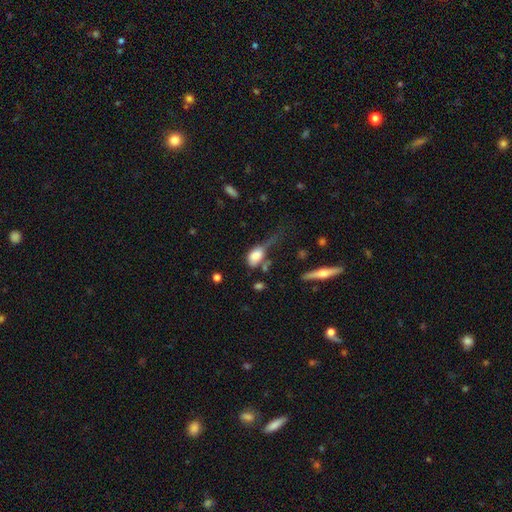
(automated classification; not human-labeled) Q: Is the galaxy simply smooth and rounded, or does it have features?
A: smooth — 76%.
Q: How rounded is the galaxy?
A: in between — 84%.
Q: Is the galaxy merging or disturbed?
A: major disturbance — 39%.